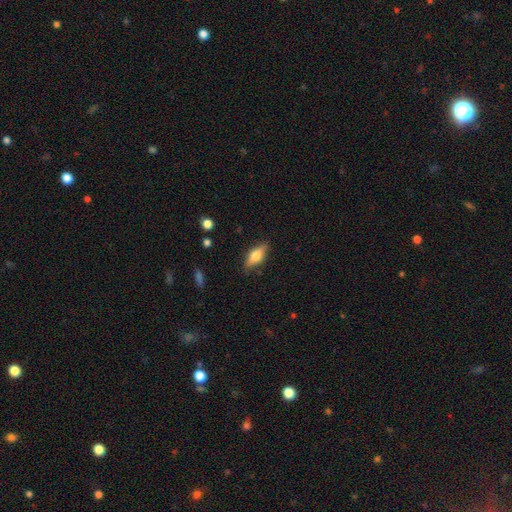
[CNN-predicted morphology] Smooth or featured: smooth — 52% (featured or disk — 40%)
How rounded: in between — 69% (cigar-shaped — 27%)
Merging: none — 82% (minor disturbance — 14%)